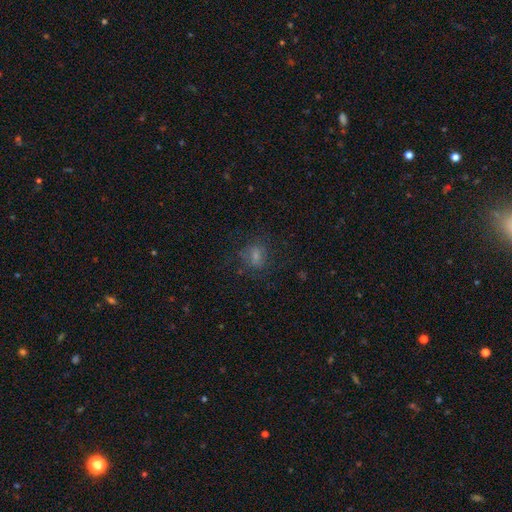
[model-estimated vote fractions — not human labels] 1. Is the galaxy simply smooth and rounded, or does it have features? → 53% smooth, 28% star or artifact, 19% featured or disk.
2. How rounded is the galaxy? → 60% round, 38% in between, 2% cigar-shaped.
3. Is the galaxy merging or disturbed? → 72% none, 16% minor disturbance, 11% major disturbance, 2% merger.